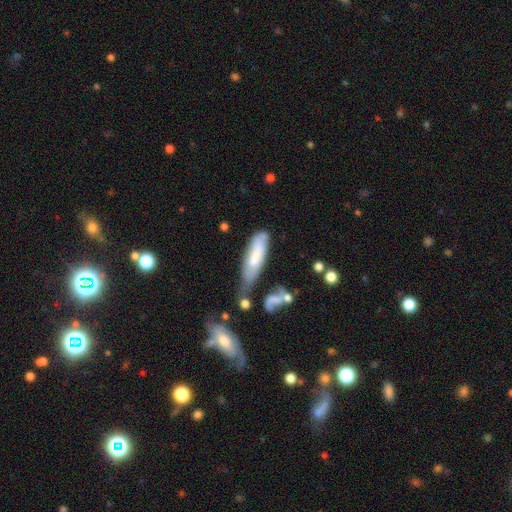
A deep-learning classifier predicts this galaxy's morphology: smooth 60%, featured or disk 33%, star or artifact 7%. Down the decision tree: how rounded — cigar-shaped (52%); merging — none (31%).